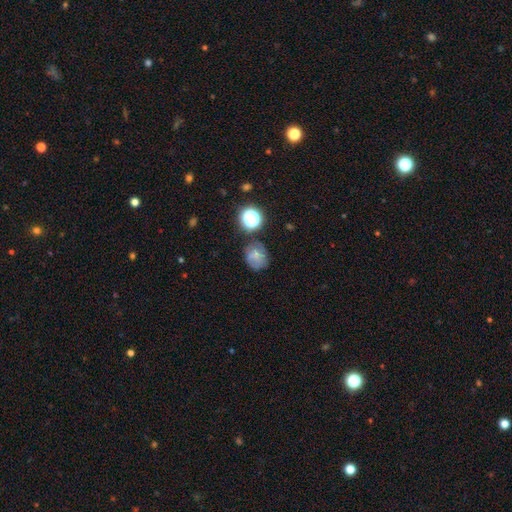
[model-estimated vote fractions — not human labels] Morphology: type=smooth (58%); roundness=round (72%); merging=none (62%).